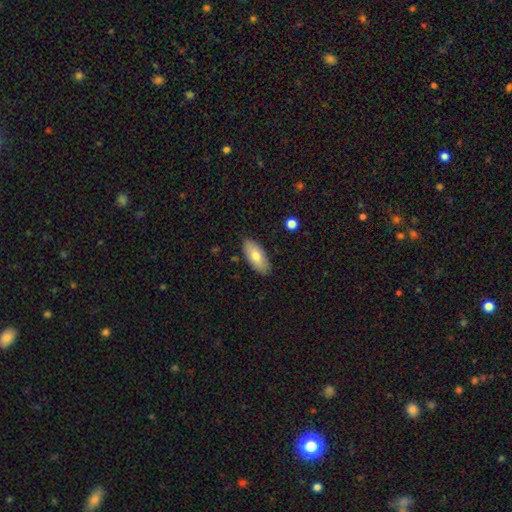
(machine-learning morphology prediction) Overall: smooth (74%). How rounded: in between (88%). Merging: none (86%).